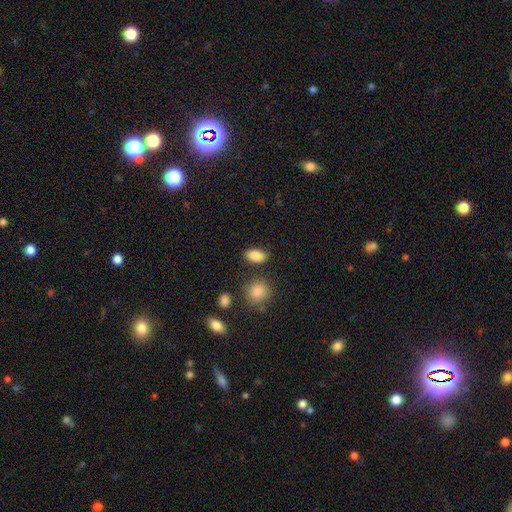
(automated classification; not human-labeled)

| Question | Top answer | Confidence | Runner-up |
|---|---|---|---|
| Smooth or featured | smooth | 87% | star or artifact (8%) |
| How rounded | in between | 88% | round (10%) |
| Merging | none | 83% | minor disturbance (10%) |